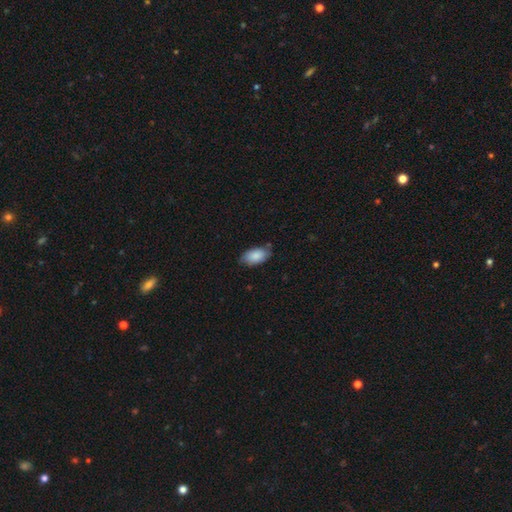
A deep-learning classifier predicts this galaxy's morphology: type=smooth (86%); roundness=in between (93%); merging=none (72%).